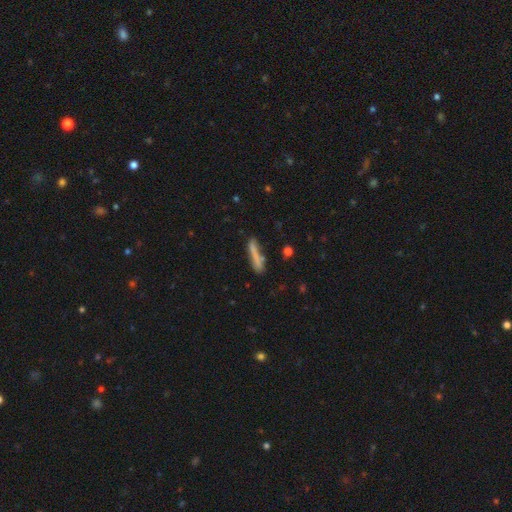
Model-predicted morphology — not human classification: Smooth or featured?
  - smooth: 72% *
  - featured or disk: 20%
  - star or artifact: 8%
How rounded?
  - cigar-shaped: 91% *
  - in between: 8%
  - round: 2%
Merging?
  - none: 67% *
  - minor disturbance: 19%
  - merger: 8%
  - major disturbance: 5%